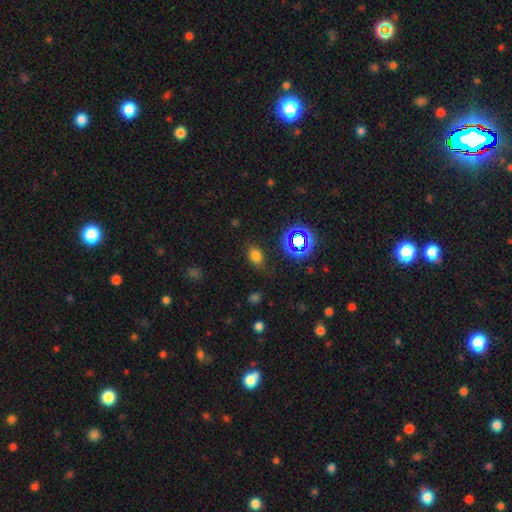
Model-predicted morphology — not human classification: Smooth or featured? Predicted: smooth (p=0.71). How rounded? Predicted: in between (p=0.77). Merging? Predicted: none (p=0.75).